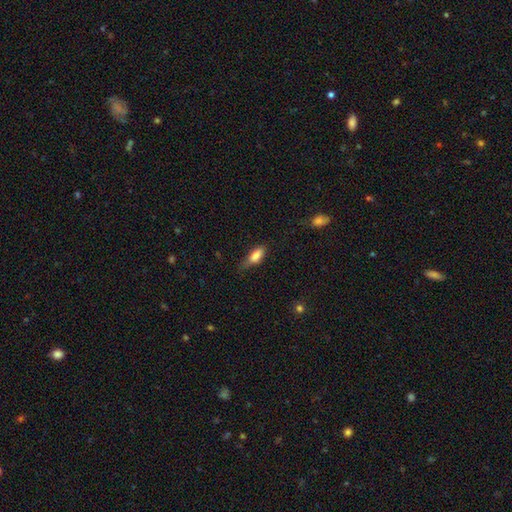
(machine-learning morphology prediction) Smooth or featured? Predicted: smooth (p=0.81). How rounded? Predicted: in between (p=0.76). Merging? Predicted: none (p=0.50).